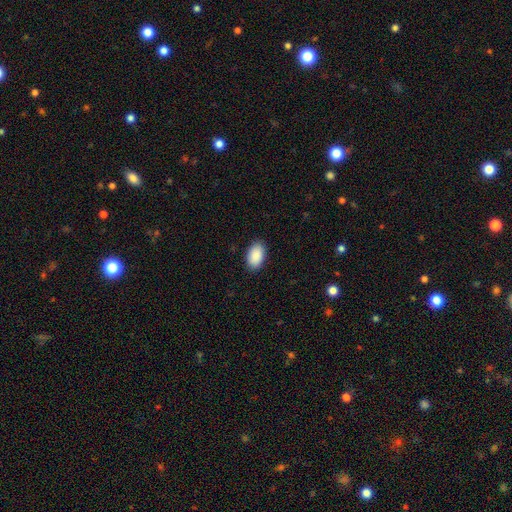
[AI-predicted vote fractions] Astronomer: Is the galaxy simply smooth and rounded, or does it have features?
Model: smooth — 91%.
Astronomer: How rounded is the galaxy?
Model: in between — 94%.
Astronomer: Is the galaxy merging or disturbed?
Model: none — 88%.